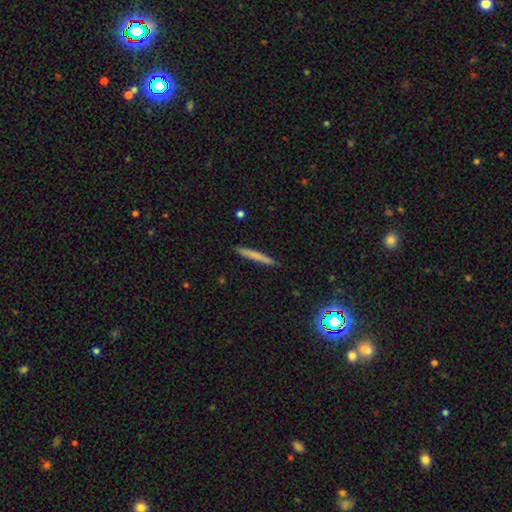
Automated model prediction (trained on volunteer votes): The model was most divided on "smooth or featured": smooth: 70%, featured or disk: 23%, star or artifact: 7%. More confident: how rounded — cigar-shaped (96%); merging — none (90%).